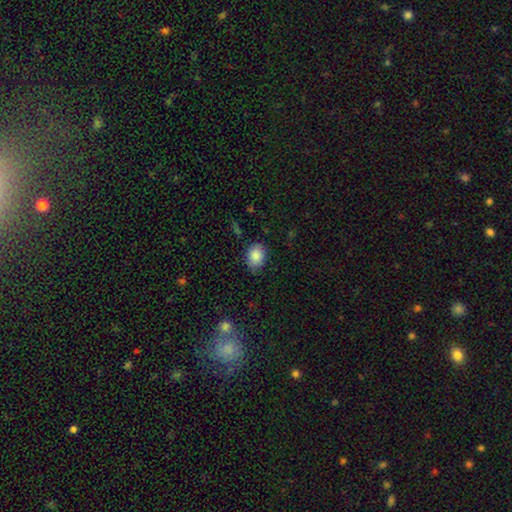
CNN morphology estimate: The model was most divided on "how rounded": in between: 72%, round: 27%, cigar-shaped: 1%. More confident: smooth or featured — smooth (87%); merging — none (80%).